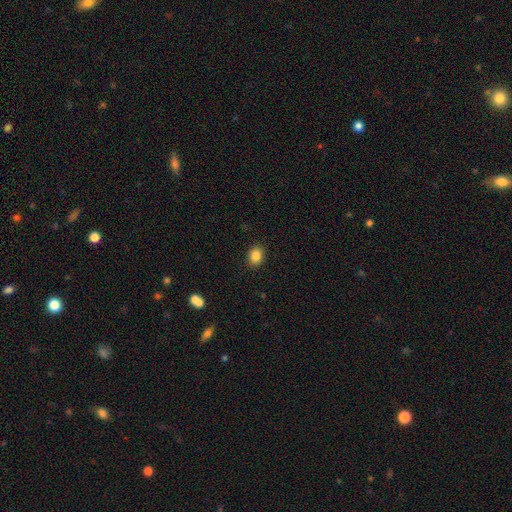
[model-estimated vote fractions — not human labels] Overall: smooth (86%). How rounded: in between (61%; round 38%). Merging: none (90%).